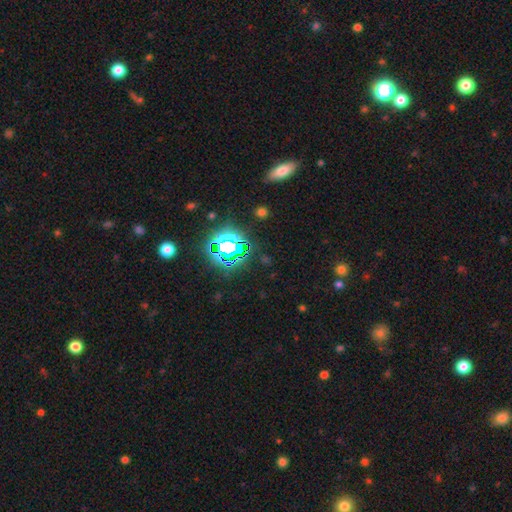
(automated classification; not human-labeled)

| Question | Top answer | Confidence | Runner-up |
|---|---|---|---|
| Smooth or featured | star or artifact | 71% | smooth (20%) |